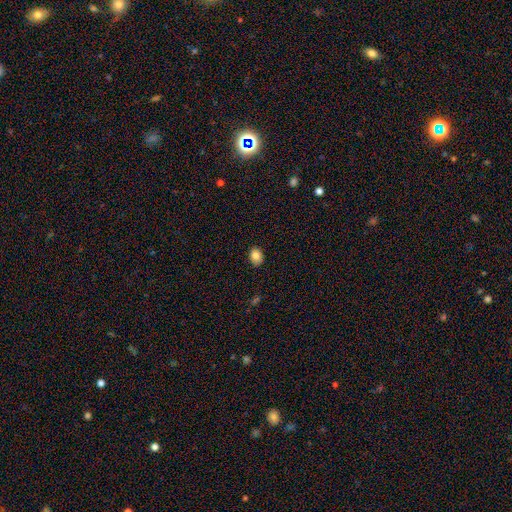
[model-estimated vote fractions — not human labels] The model was most divided on "how rounded": in between: 69%, round: 30%, cigar-shaped: 1%. More confident: merging — none (88%); smooth or featured — smooth (84%).